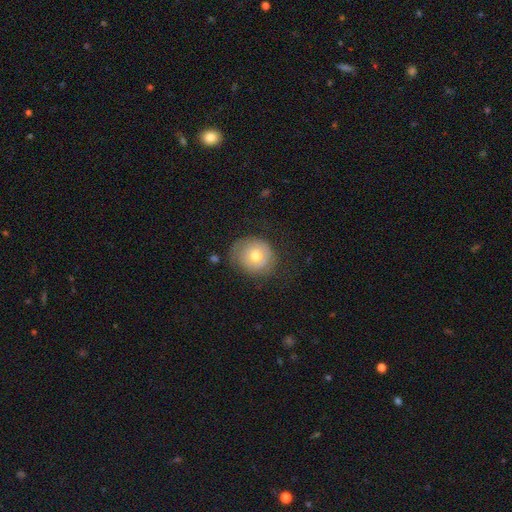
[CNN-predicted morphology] Smooth or featured?
  - smooth: 63% *
  - featured or disk: 29%
  - star or artifact: 8%
How rounded?
  - round: 79% *
  - in between: 20%
  - cigar-shaped: 1%
Merging?
  - none: 63% *
  - minor disturbance: 24%
  - major disturbance: 12%
  - merger: 2%